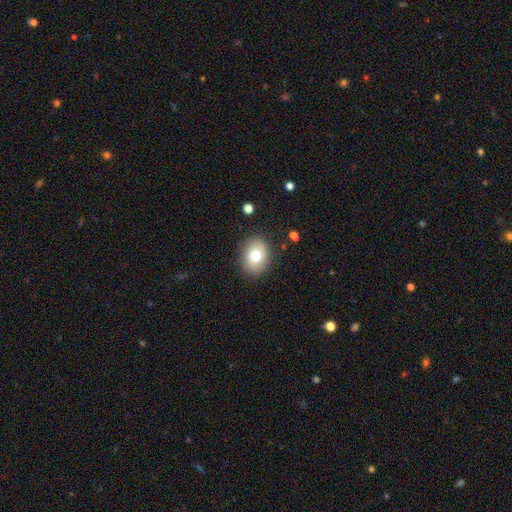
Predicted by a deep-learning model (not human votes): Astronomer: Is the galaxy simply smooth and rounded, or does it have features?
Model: smooth — 75%.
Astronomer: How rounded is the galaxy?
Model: in between — 59% (runner-up: round, 40%).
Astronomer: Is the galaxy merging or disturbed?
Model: none — 86%.